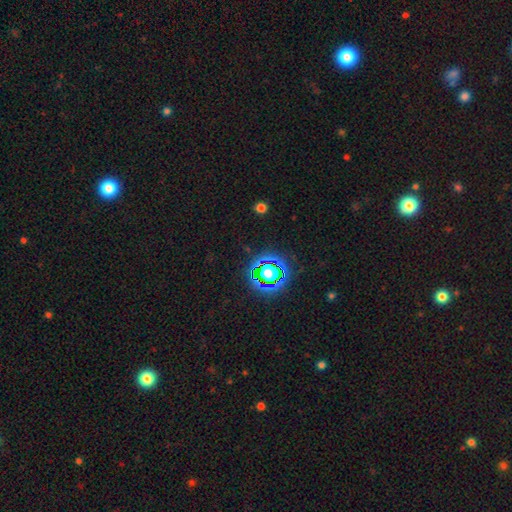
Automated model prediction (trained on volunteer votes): Smooth or featured? star or artifact (74%)